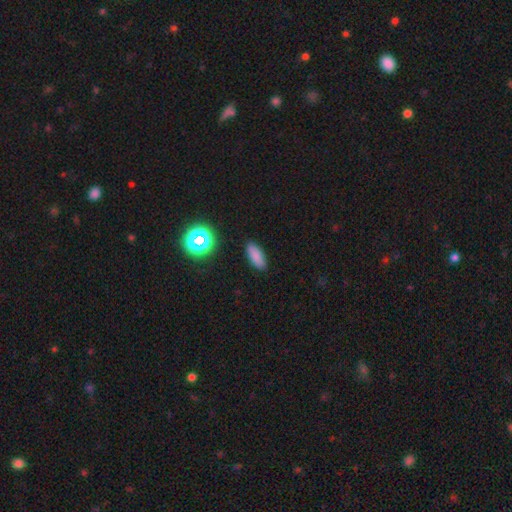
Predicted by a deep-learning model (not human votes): smooth_or_featured: smooth (p=0.82) [alt: star or artifact p=0.12]
how_rounded: in between (p=0.80) [alt: cigar-shaped p=0.17]
merging: none (p=0.88) [alt: minor disturbance p=0.09]